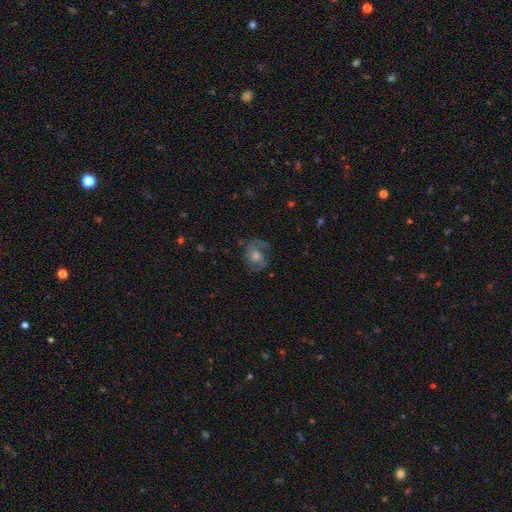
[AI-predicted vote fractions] Overall: featured or disk (72%). Edge-on disk: no (97%). Bar: no (64%; weak 30%). Spiral arms: yes (91%). Spiral arm count: 2 (62%). Spiral winding: medium (51%; tight 28%). Bulge size: moderate (59%; small 24%). Merging: none (69%).